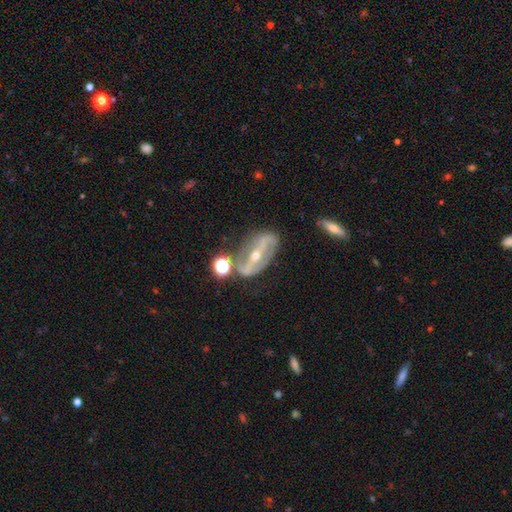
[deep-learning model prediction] A featured or disk galaxy (83%) with a strong bar (71%), 2 (81%) medium (37%) spiral arms (73%) and a small central bulge (52%). Merging: none (65%).